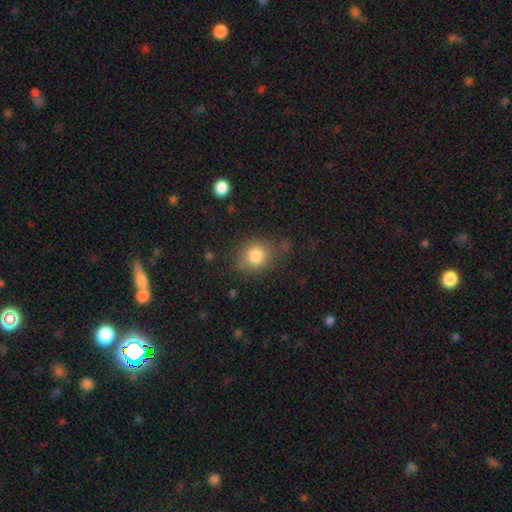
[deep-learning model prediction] Morphology: type=smooth (82%); roundness=round (73%); merging=none (72%).